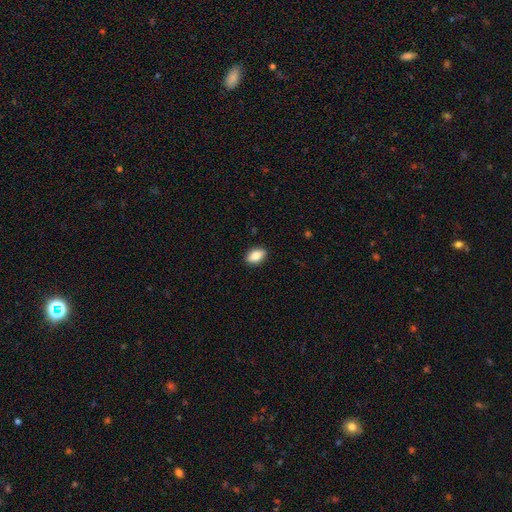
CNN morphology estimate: The model was most divided on "smooth or featured": smooth: 86%, star or artifact: 7%, featured or disk: 7%. More confident: how rounded — in between (90%); merging — none (89%).